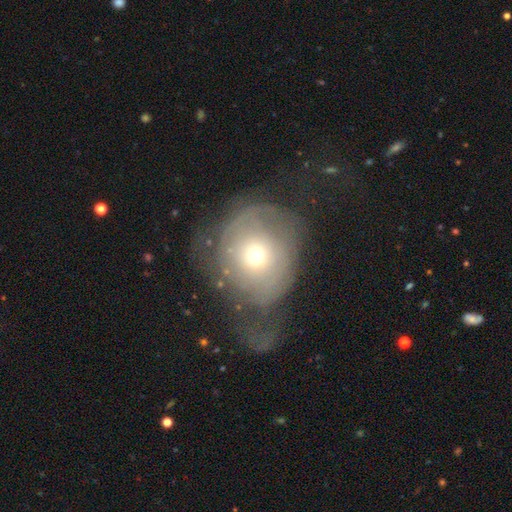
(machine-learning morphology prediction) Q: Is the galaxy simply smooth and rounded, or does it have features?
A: featured or disk — 47%.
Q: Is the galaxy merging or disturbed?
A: major disturbance — 47%.